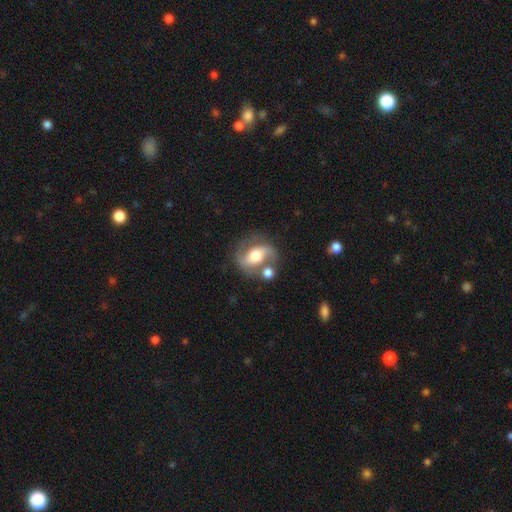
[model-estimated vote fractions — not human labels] A featured or disk galaxy (78%) with a weak bar (38%), 2 (90%) medium (51%) spiral arms (92%) and a moderate central bulge (63%).

Vote fractions:
- Smooth or featured? featured or disk: 78% / smooth: 15% / star or artifact: 7%
- Edge-on disk? no: 97% / yes: 3%
- Bar? weak: 38% / no: 32% / strong: 31%
- Spiral arms? yes: 92% / no: 8%
- Spiral winding? medium: 51% / loose: 33% / tight: 16%
- Spiral arm count? 2: 90% / can't tell: 3% / 1: 3% / 3: 1% / 4: 1% / more than 4: 1%
- Bulge size? moderate: 63% / large: 21% / small: 12% / dominant: 2% / none: 2%
- Merging? none: 64% / merger: 15% / minor disturbance: 14% / major disturbance: 7%